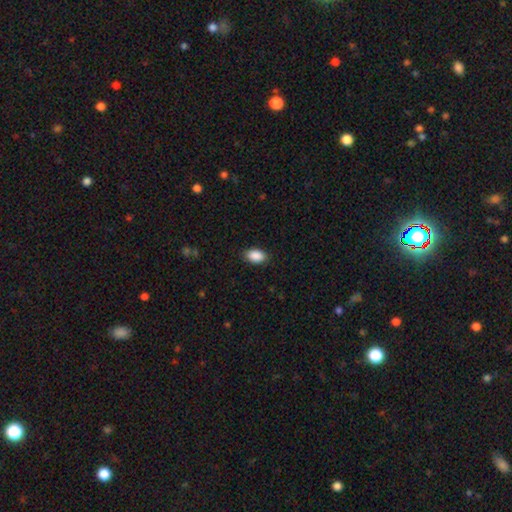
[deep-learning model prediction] The model was most divided on "merging": none: 88%, minor disturbance: 9%, major disturbance: 2%, merger: 1%. More confident: how rounded — in between (92%); smooth or featured — smooth (90%).